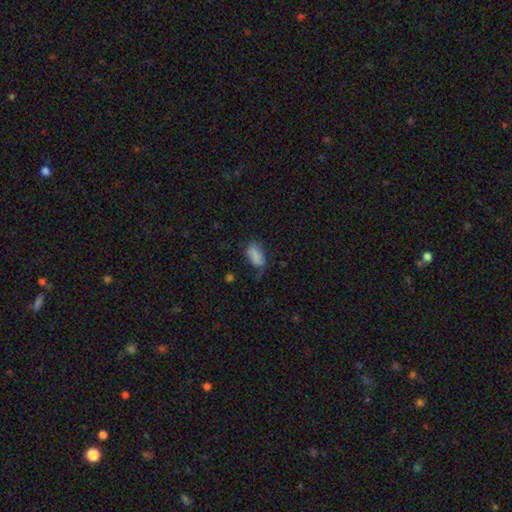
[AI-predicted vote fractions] Smooth or featured? smooth (83%)
How rounded? in between (92%)
Merging? none (48%)